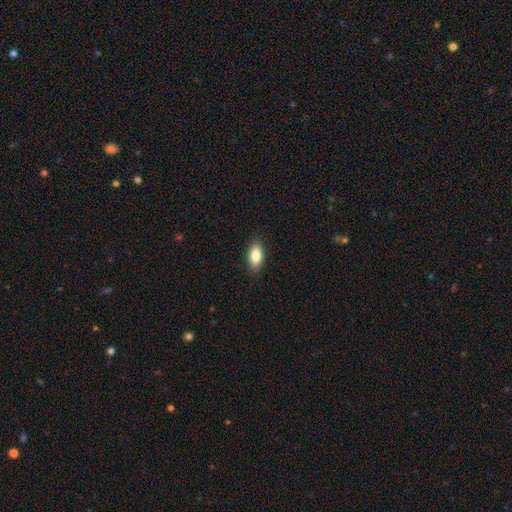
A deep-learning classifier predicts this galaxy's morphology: smooth 84%, featured or disk 9%, star or artifact 7%. Down the decision tree: how rounded — in between (89%); merging — none (88%).